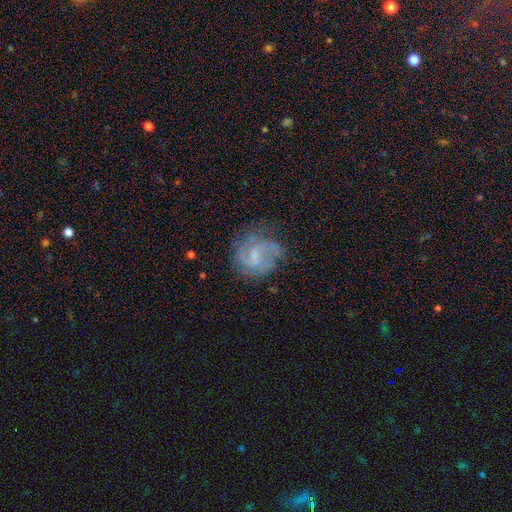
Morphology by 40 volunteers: This appears to be a featured or disk galaxy (95%) with a weak bar (72%), 2 (53%) medium (39%) spiral arms (100%) and a small central bulge (58%). Merging: none (68%).